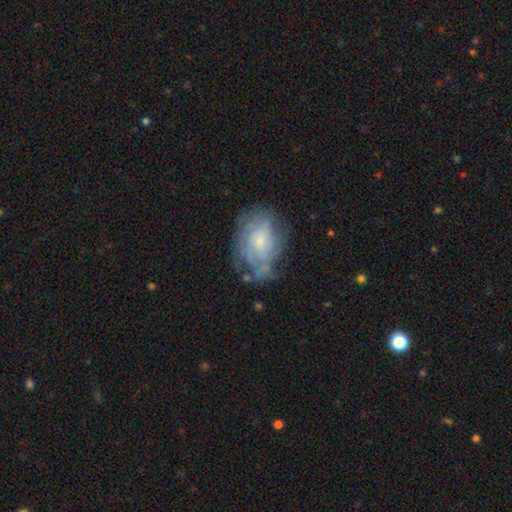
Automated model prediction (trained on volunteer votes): A featured or disk galaxy (60%) with no bar (76%), spiral arms (66%) and a small central bulge (58%). Merging: none (56%).